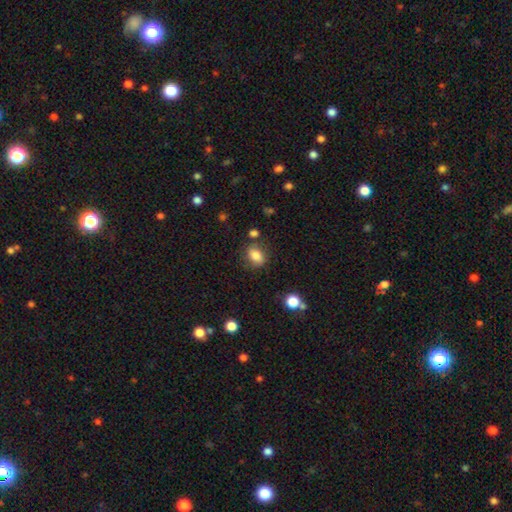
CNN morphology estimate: A smooth galaxy with no disk features (80%) that is in between round and cigar-shaped (70%). Merging: none (72%).